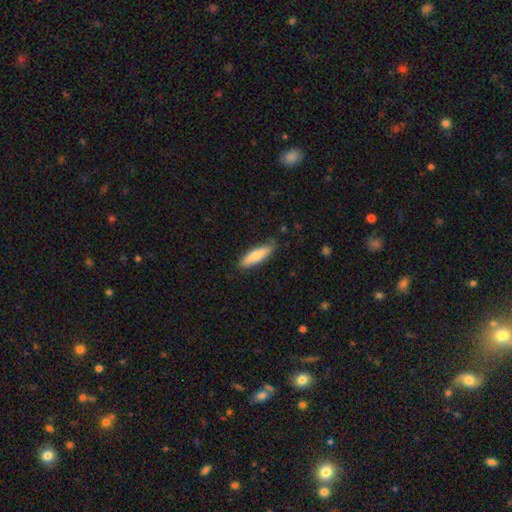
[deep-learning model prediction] Q: Smooth or featured?
A: smooth (75%); runner-up: featured or disk (20%)
Q: How rounded?
A: cigar-shaped (66%); runner-up: in between (33%)
Q: Merging?
A: none (82%); runner-up: minor disturbance (14%)